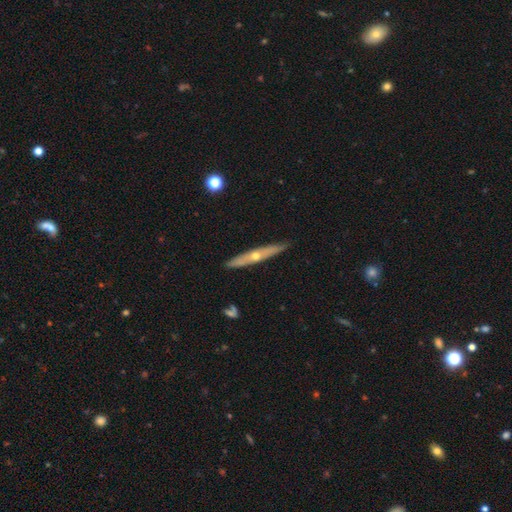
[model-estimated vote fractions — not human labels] Smooth or featured?
  - featured or disk: 63% *
  - smooth: 31%
  - star or artifact: 6%
Edge-on disk?
  - yes: 89% *
  - no: 11%
Edge-on bulge?
  - rounded: 81% *
  - none: 18%
  - boxy: 2%
Merging?
  - none: 88% *
  - minor disturbance: 9%
  - major disturbance: 2%
  - merger: 2%